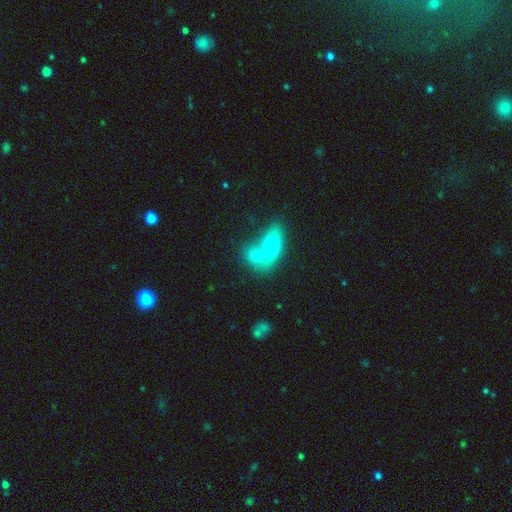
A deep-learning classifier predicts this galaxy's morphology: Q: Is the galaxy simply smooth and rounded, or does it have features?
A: smooth — 71%.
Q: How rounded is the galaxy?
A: in between — 70%.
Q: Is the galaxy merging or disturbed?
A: merger — 65%.